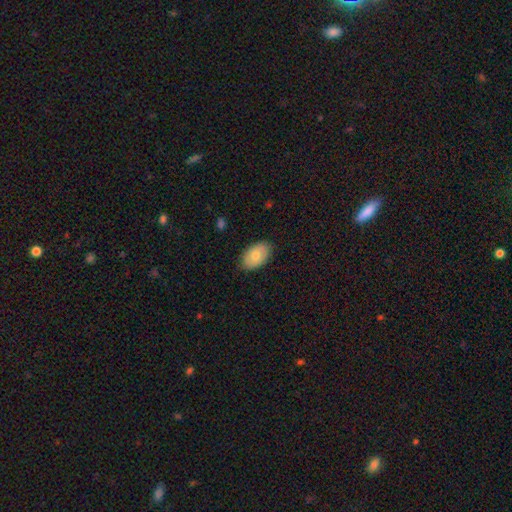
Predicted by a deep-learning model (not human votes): Overall: smooth (74%). How rounded: in between (91%). Merging: none (84%).